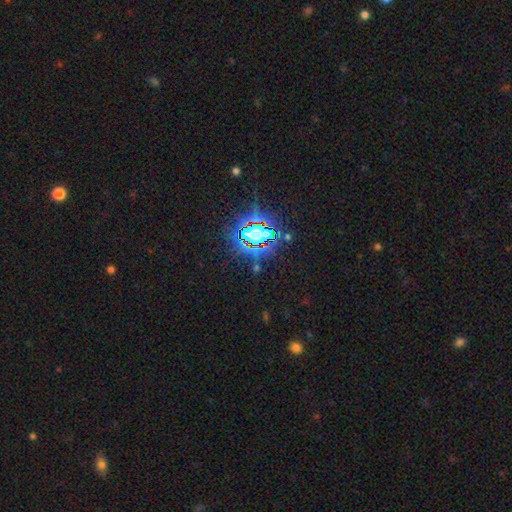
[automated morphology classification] Smooth or featured?
  - star or artifact: 82% *
  - smooth: 11%
  - featured or disk: 7%